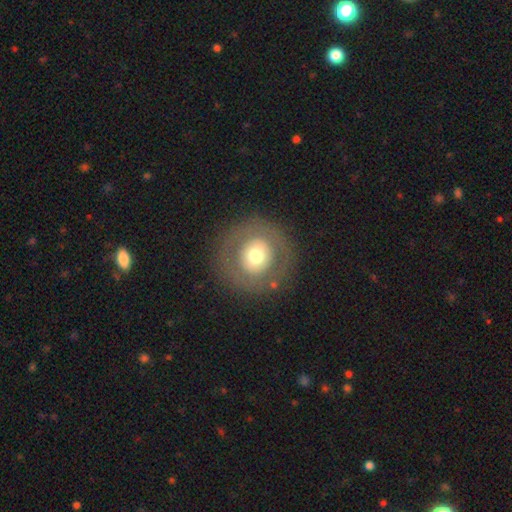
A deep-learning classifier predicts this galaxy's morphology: Smooth or featured?
  - smooth: 57% *
  - featured or disk: 34%
  - star or artifact: 9%
How rounded?
  - round: 94% *
  - in between: 5%
  - cigar-shaped: 1%
Merging?
  - none: 85% *
  - minor disturbance: 7%
  - major disturbance: 6%
  - merger: 1%